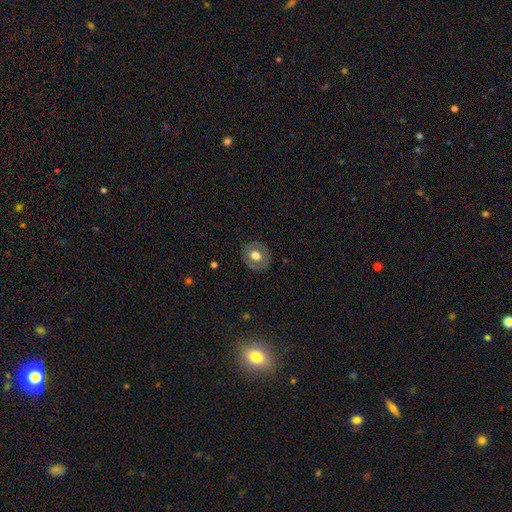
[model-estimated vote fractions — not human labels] Morphology: type=smooth (56%); roundness=round (71%); merging=none (86%).